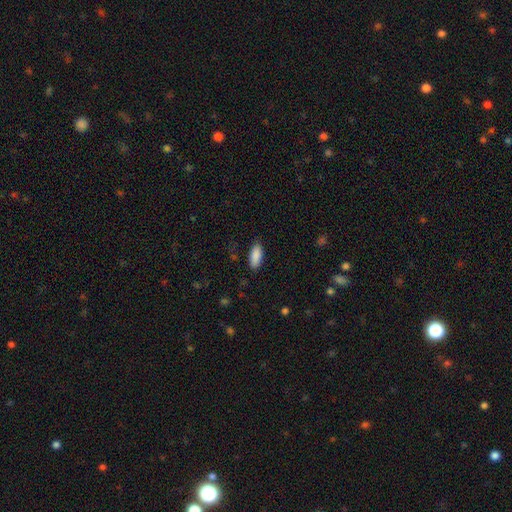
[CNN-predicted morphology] A smooth galaxy with no disk features (90%) that is in between round and cigar-shaped (86%).

Vote fractions:
- Smooth or featured? smooth: 90% / star or artifact: 7% / featured or disk: 4%
- How rounded? in between: 86% / cigar-shaped: 12% / round: 2%
- Merging? none: 85% / minor disturbance: 12% / major disturbance: 3% / merger: 1%